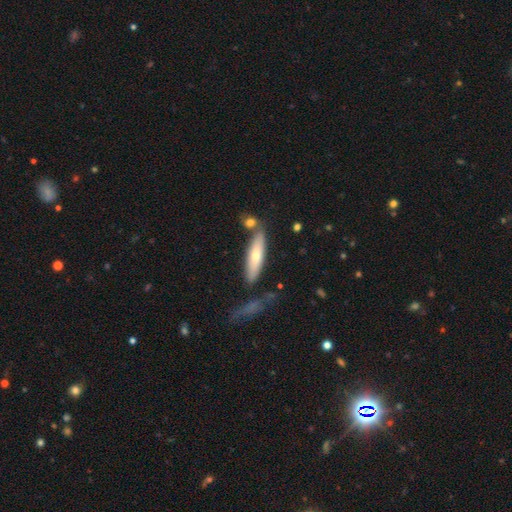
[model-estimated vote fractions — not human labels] Q: Smooth or featured?
A: smooth (61%); runner-up: featured or disk (33%)
Q: How rounded?
A: cigar-shaped (67%); runner-up: in between (32%)
Q: Merging?
A: none (70%); runner-up: minor disturbance (14%)